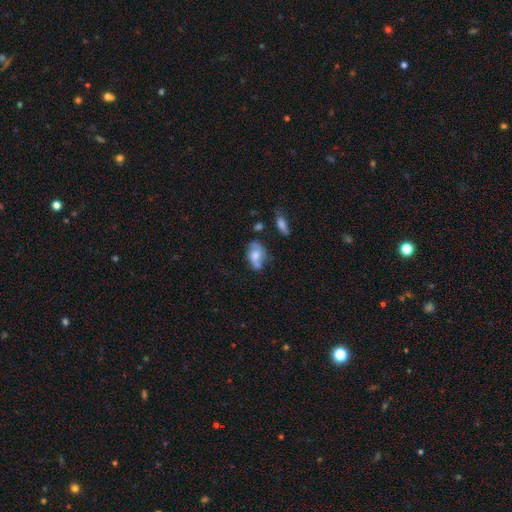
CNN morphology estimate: A smooth galaxy with no disk features (49%). Merging: none (42%).